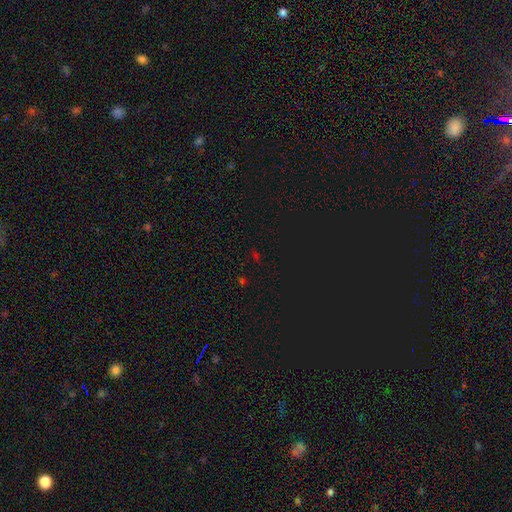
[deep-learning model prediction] Q: Smooth or featured?
A: star or artifact (65%); runner-up: smooth (28%)